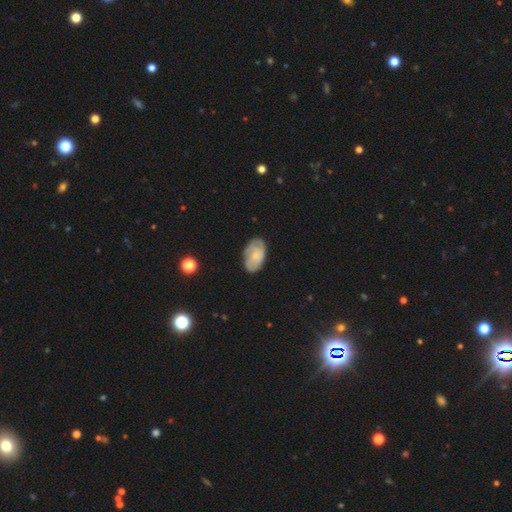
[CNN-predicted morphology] Q: Smooth or featured?
A: featured or disk (47%); runner-up: smooth (46%)
Q: Merging?
A: none (73%); runner-up: minor disturbance (20%)